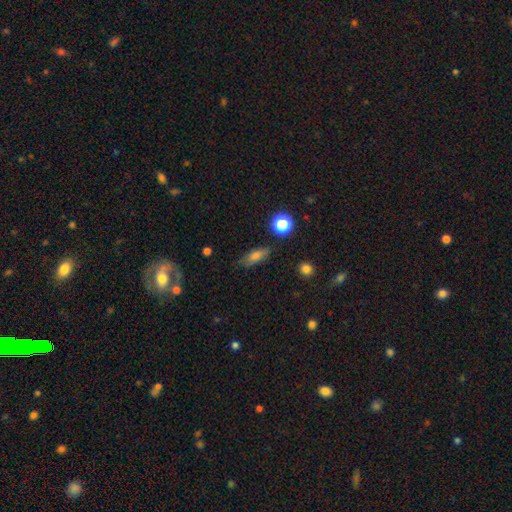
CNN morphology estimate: A smooth galaxy with no disk features (69%) that is in between round and cigar-shaped (62%). Merging: none (76%).